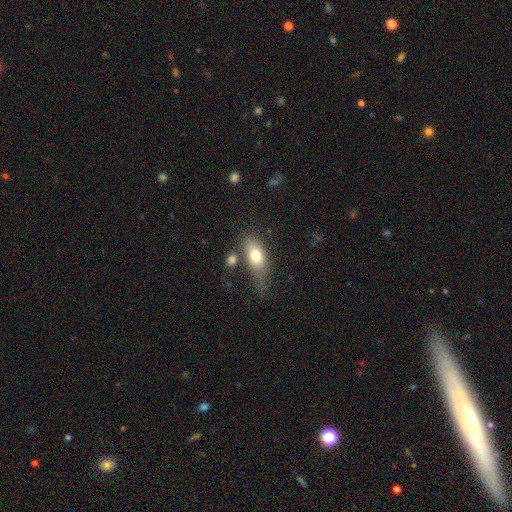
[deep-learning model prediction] Smooth or featured? smooth (72%)
How rounded? in between (80%)
Merging? none (47%)